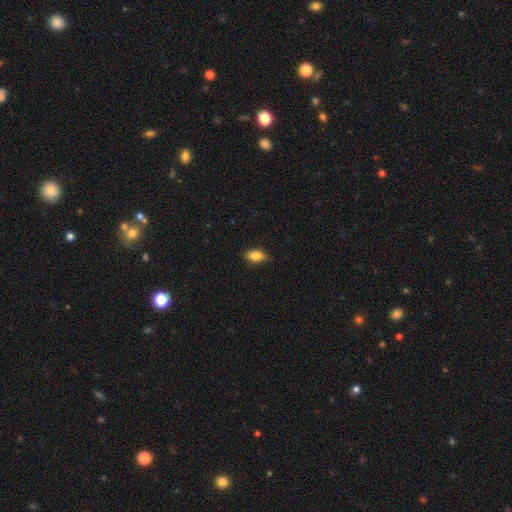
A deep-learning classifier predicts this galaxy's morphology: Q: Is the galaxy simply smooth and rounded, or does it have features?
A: smooth — 78%.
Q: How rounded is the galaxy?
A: in between — 85%.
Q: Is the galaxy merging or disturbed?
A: none — 82%.